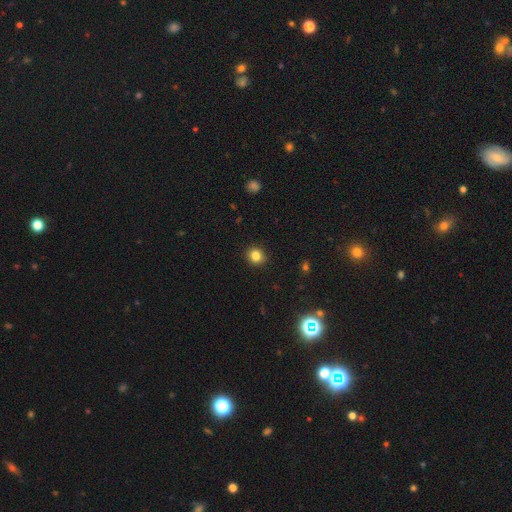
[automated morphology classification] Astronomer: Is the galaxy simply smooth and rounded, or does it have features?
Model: smooth — 83%.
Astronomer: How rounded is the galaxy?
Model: round — 84%.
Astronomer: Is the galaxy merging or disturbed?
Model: none — 91%.